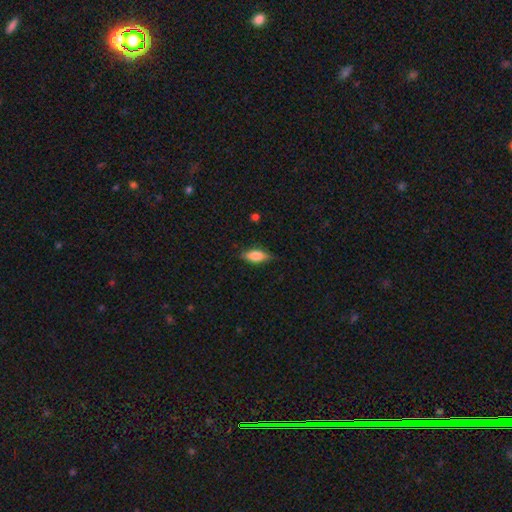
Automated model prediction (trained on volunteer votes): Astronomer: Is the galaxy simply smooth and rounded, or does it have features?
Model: smooth — 75%.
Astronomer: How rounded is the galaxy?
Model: in between — 76%.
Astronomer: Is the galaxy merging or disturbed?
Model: none — 78%.